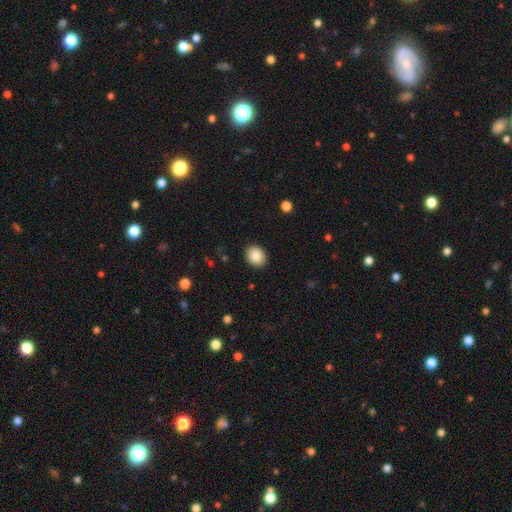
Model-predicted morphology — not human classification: type=smooth (88%); roundness=round (57%); merging=none (90%).